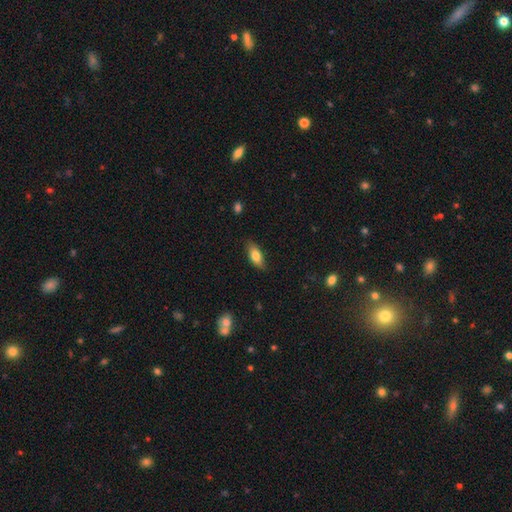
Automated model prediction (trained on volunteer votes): A smooth galaxy with no disk features (77%) that is in between round and cigar-shaped (83%). Merging: none (82%).